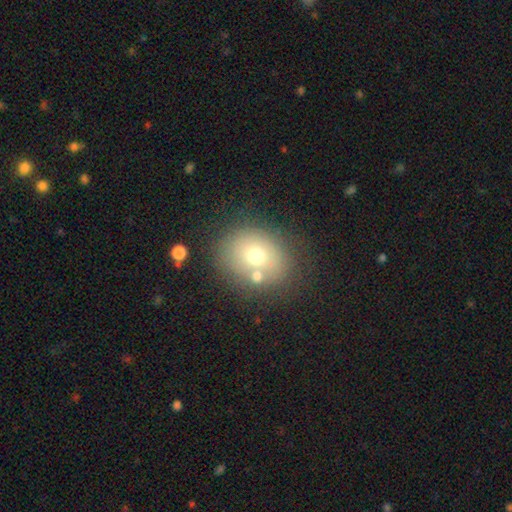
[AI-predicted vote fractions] This appears to be a smooth galaxy with no disk features (67%) that is round (59%). Merging: none (66%).